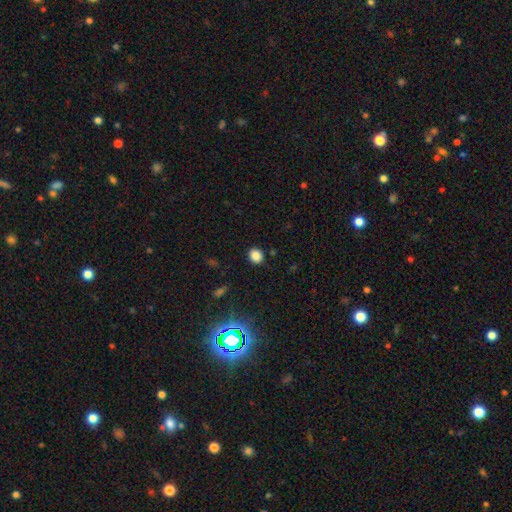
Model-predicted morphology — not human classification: smooth_or_featured: smooth (p=0.83) [alt: star or artifact p=0.13]
how_rounded: round (p=0.74) [alt: in between p=0.25]
merging: none (p=0.89) [alt: minor disturbance p=0.07]